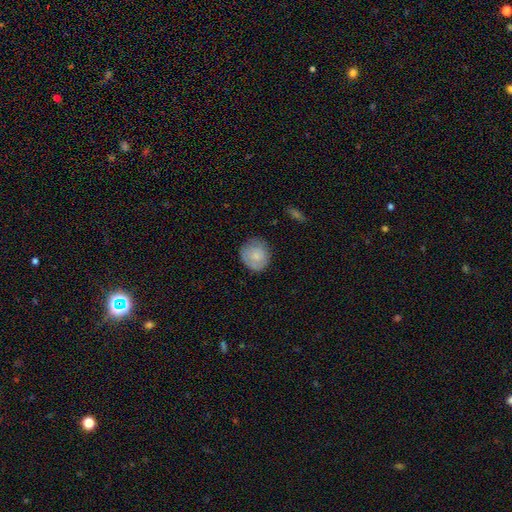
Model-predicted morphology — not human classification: smooth 73%, featured or disk 20%, star or artifact 7%. Down the decision tree: how rounded — round (84%); merging — none (76%).